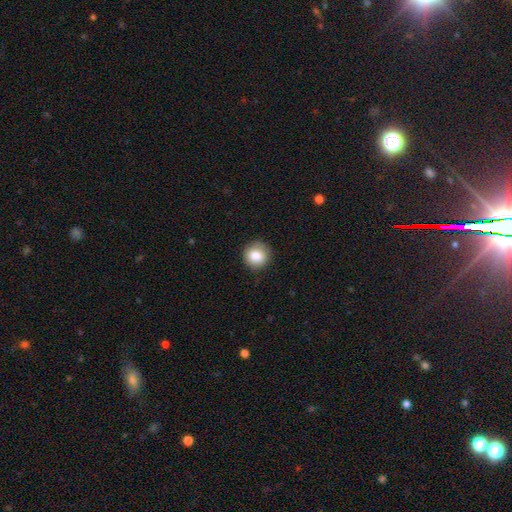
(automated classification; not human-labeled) Smooth or featured?
  - smooth: 83% *
  - star or artifact: 9%
  - featured or disk: 8%
How rounded?
  - round: 91% *
  - in between: 8%
  - cigar-shaped: 1%
Merging?
  - none: 88% *
  - minor disturbance: 9%
  - major disturbance: 2%
  - merger: 1%